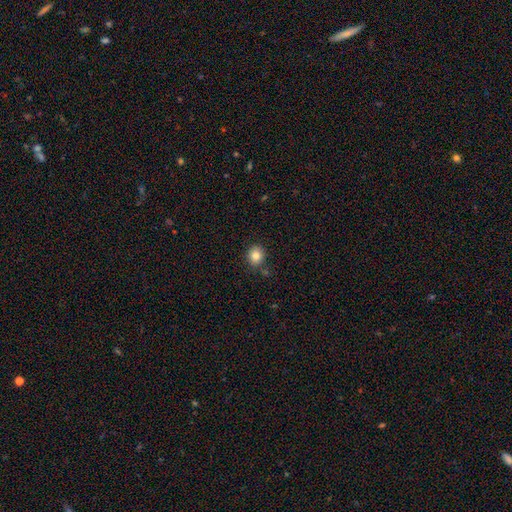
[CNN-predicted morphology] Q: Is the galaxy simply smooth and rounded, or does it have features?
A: smooth — 83%.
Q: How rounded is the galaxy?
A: round — 76%.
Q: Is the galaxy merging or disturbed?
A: none — 83%.